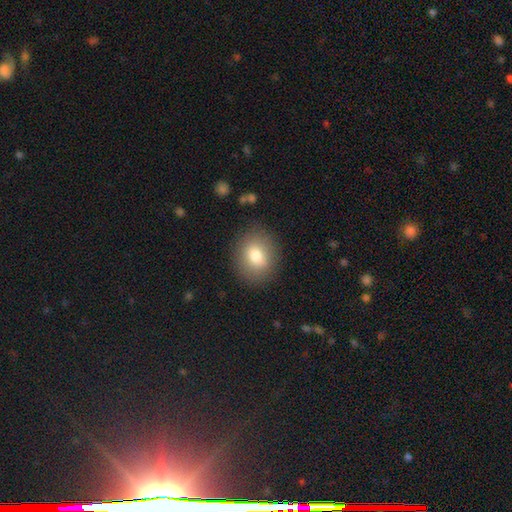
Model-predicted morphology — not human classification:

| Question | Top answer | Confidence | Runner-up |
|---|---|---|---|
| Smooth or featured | smooth | 77% | featured or disk (14%) |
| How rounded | round | 62% | in between (37%) |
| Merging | none | 86% | minor disturbance (9%) |